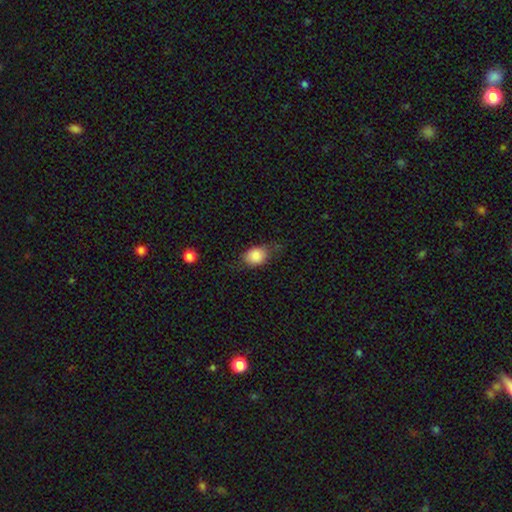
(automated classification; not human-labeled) This appears to be a smooth galaxy with no disk features (84%) that is in between round and cigar-shaped (59%). Merging: none (56%).